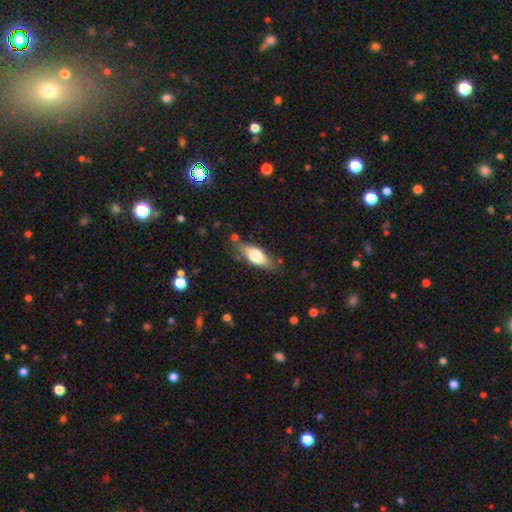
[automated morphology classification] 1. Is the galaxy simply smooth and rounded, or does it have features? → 64% smooth, 30% featured or disk, 6% star or artifact.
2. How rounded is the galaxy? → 76% in between, 21% cigar-shaped, 3% round.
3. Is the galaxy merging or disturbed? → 76% none, 17% minor disturbance, 4% major disturbance, 3% merger.